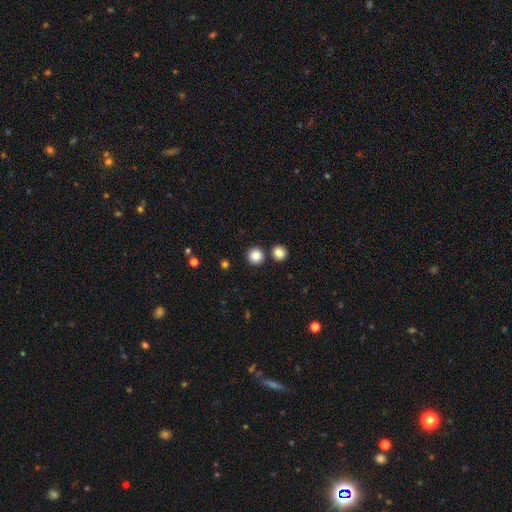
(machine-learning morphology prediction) Smooth or featured? Predicted: smooth (p=0.85). How rounded? Predicted: round (p=0.94). Merging? Predicted: none (p=0.85).